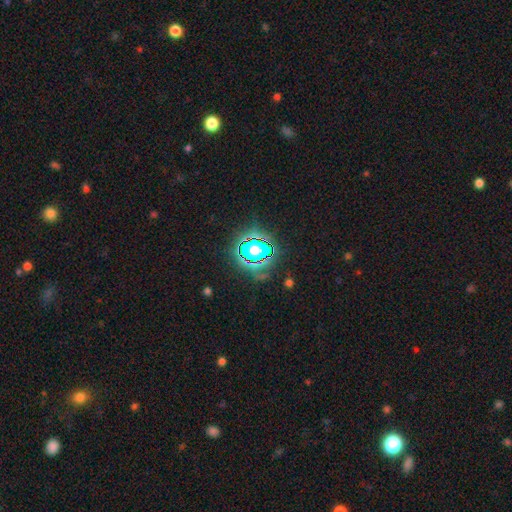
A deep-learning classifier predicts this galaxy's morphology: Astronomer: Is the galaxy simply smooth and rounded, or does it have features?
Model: star or artifact — 80%.